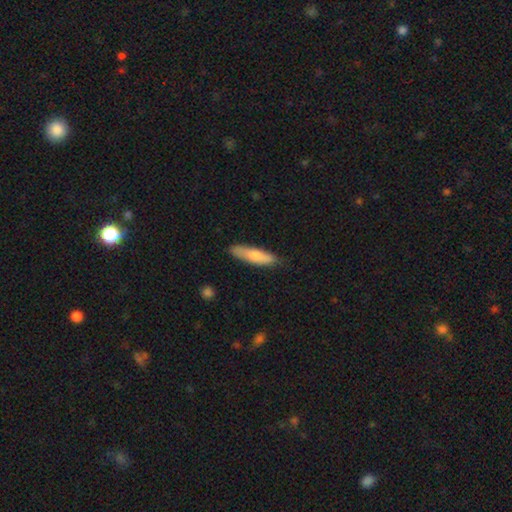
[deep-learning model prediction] Overall: smooth (75%). How rounded: cigar-shaped (71%). Merging: none (81%).